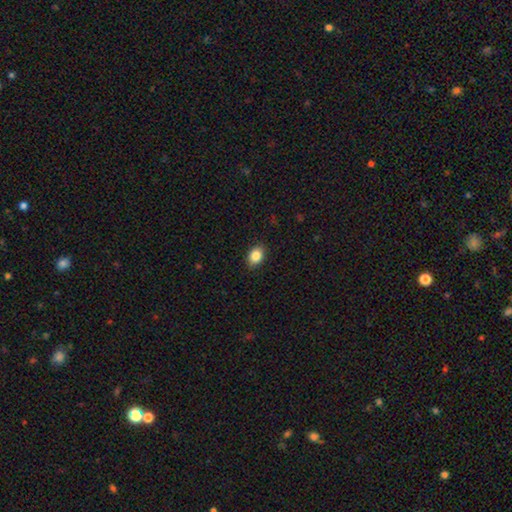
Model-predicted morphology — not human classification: Smooth or featured?
  - smooth: 86% *
  - star or artifact: 9%
  - featured or disk: 5%
How rounded?
  - in between: 74% *
  - round: 25%
  - cigar-shaped: 1%
Merging?
  - none: 88% *
  - minor disturbance: 9%
  - major disturbance: 2%
  - merger: 1%